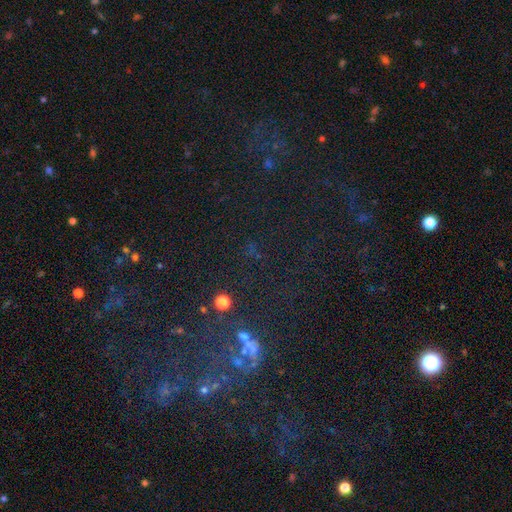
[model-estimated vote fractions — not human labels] This appears to be a star or artifact, not a galaxy (67%).